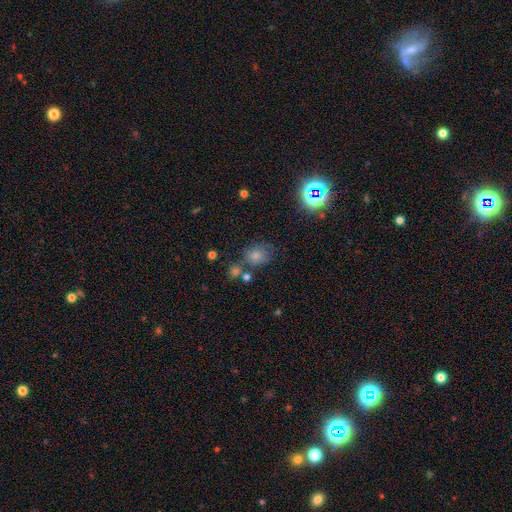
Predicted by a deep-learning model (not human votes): Q: Smooth or featured?
A: smooth (54%); runner-up: star or artifact (32%)
Q: How rounded?
A: round (65%); runner-up: in between (34%)
Q: Merging?
A: none (63%); runner-up: minor disturbance (15%)